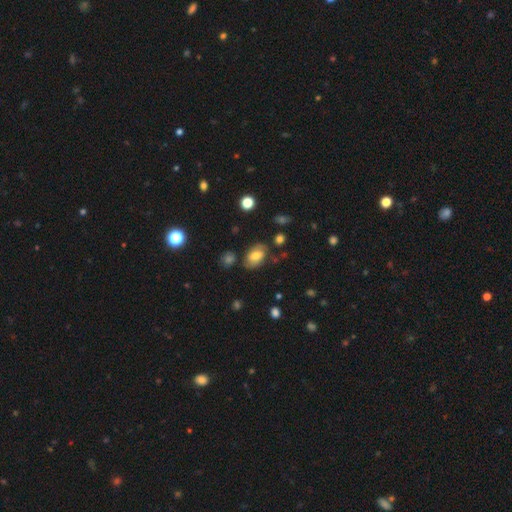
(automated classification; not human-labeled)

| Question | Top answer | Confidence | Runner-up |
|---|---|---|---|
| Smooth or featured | smooth | 65% | featured or disk (26%) |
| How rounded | in between | 88% | round (10%) |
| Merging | none | 72% | minor disturbance (18%) |